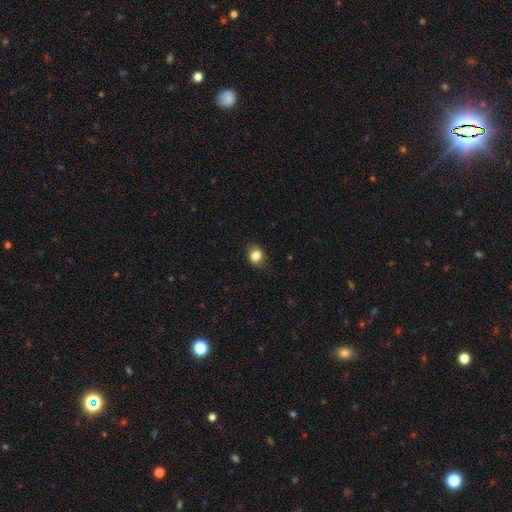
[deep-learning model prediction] Overall: smooth (83%). How rounded: round (55%; in between 44%). Merging: none (84%).